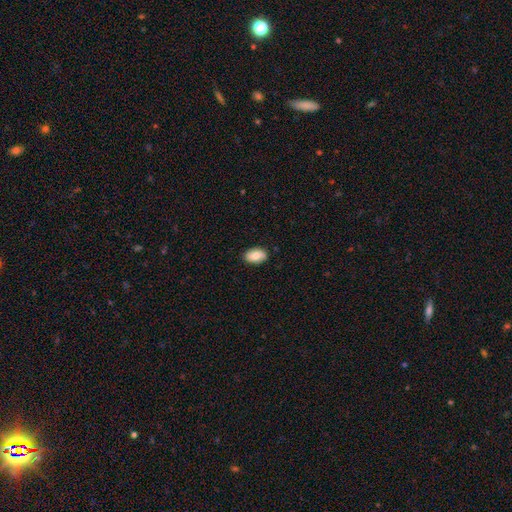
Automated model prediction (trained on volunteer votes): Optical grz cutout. It shows a smooth galaxy with no disk features (73%) that is in between round and cigar-shaped (90%). Merging: none (86%).